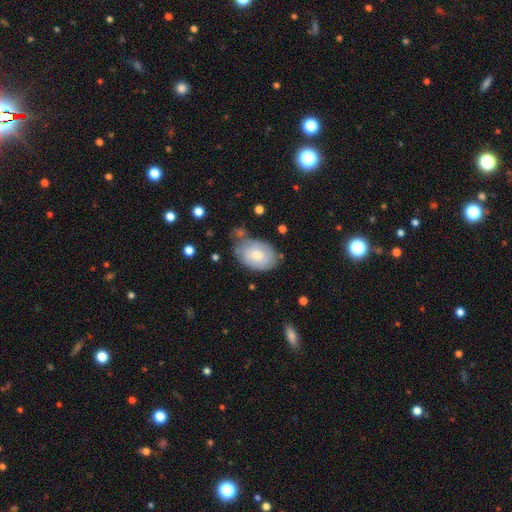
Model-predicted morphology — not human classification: type=smooth (60%); roundness=in between (86%); merging=none (62%).